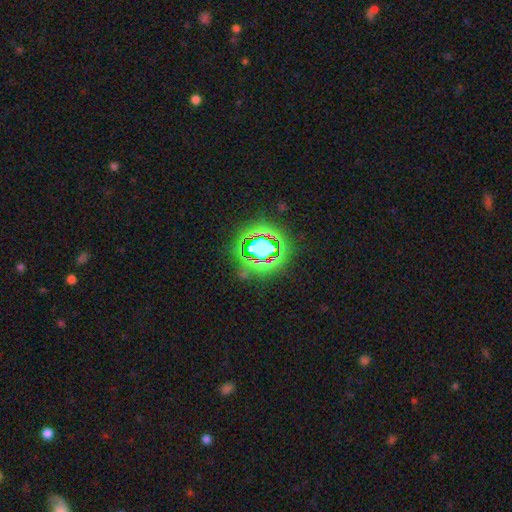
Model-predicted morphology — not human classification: A star or artifact, not a galaxy (82%).

Vote fractions:
- Smooth or featured? star or artifact: 82% / smooth: 12% / featured or disk: 7%